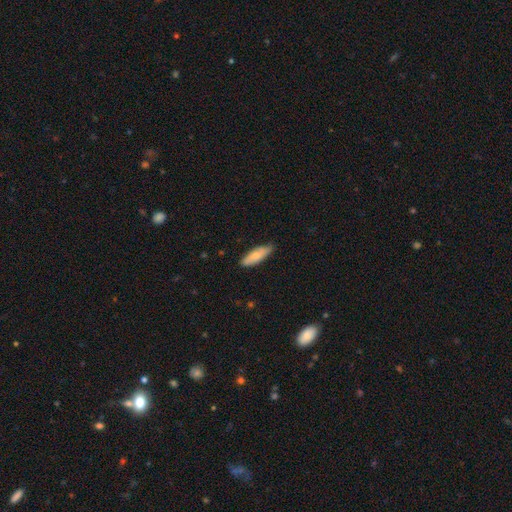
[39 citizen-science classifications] A smooth galaxy with no disk features (85%) that is in between round and cigar-shaped (61%). Merging: none (78%).